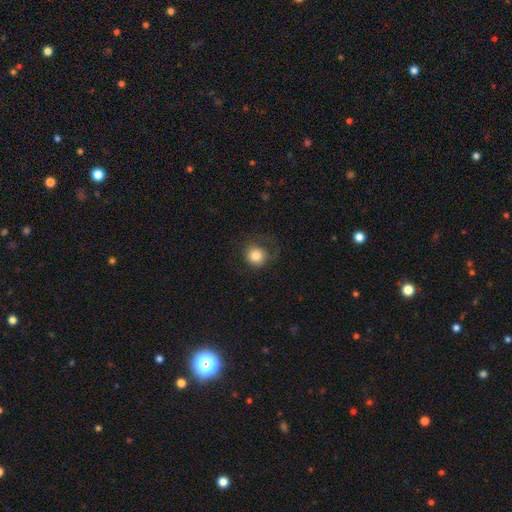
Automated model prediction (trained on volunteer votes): Smooth or featured?
  - smooth: 82% *
  - star or artifact: 10%
  - featured or disk: 8%
How rounded?
  - round: 91% *
  - in between: 8%
  - cigar-shaped: 1%
Merging?
  - none: 68% *
  - minor disturbance: 18%
  - major disturbance: 13%
  - merger: 1%